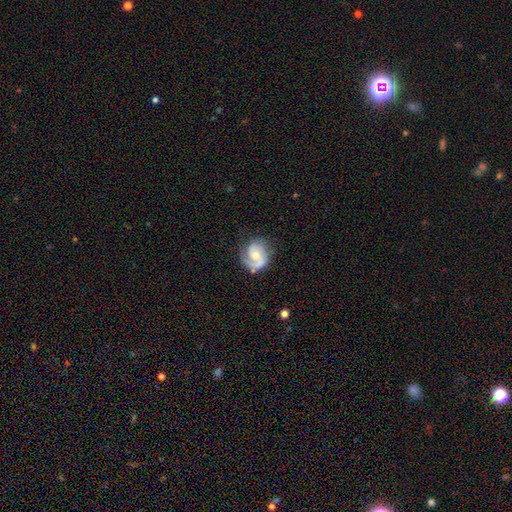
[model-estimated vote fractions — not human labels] smooth-or-featured: featured or disk: 78% | smooth: 17% | star or artifact: 6%
  disk-edge-on: no: 98% | yes: 2%
    bar: no: 65% | weak: 29% | strong: 6%
    has-spiral-arms: yes: 93% | no: 7%
      spiral-winding: tight: 43% | medium: 40% | loose: 18%
      spiral-arm-count: 2: 46% | 1: 43% | can't tell: 7% | 3: 2% | 4: 1% | more than 4: 1%
    bulge-size: moderate: 62% | small: 32% | large: 4% | none: 2% | dominant: 1%
  merging: none: 65% | minor disturbance: 21% | major disturbance: 12% | merger: 2%